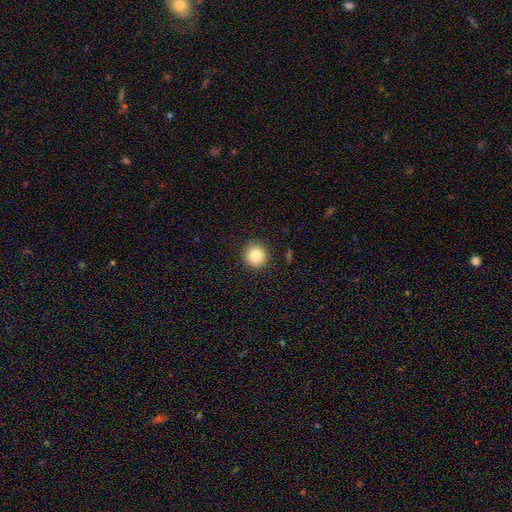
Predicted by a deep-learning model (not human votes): A smooth galaxy with no disk features (85%) that is round (92%).

Vote fractions:
- Smooth or featured? smooth: 85% / star or artifact: 10% / featured or disk: 5%
- How rounded? round: 92% / in between: 7% / cigar-shaped: 1%
- Merging? none: 89% / minor disturbance: 7% / major disturbance: 2% / merger: 1%